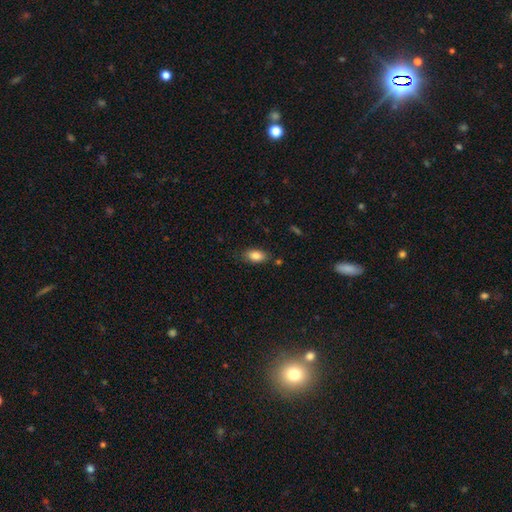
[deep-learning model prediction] Q: Smooth or featured?
A: smooth (86%); runner-up: star or artifact (8%)
Q: How rounded?
A: in between (90%); runner-up: round (5%)
Q: Merging?
A: none (79%); runner-up: minor disturbance (15%)